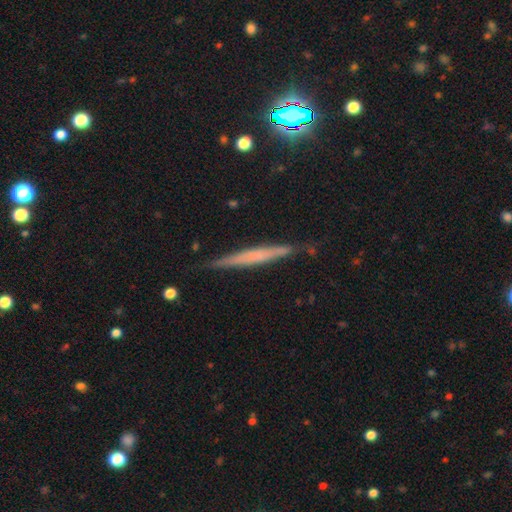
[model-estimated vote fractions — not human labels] A featured or disk galaxy (52%) viewed edge-on (96%) with no central bulge (68%).

Vote fractions:
- Smooth or featured? featured or disk: 52% / smooth: 38% / star or artifact: 10%
- Edge-on disk? yes: 96% / no: 4%
- Edge-on bulge? none: 68% / rounded: 18% / boxy: 14%
- Merging? none: 86% / minor disturbance: 11% / major disturbance: 2% / merger: 1%